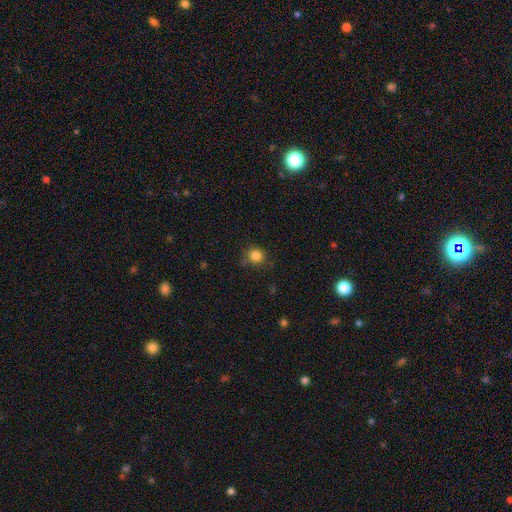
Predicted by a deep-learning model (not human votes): smooth-or-featured: smooth: 83% | star or artifact: 12% | featured or disk: 5%
  how-rounded: round: 87% | in between: 12% | cigar-shaped: 1%
  merging: none: 78% | minor disturbance: 16% | major disturbance: 4% | merger: 2%